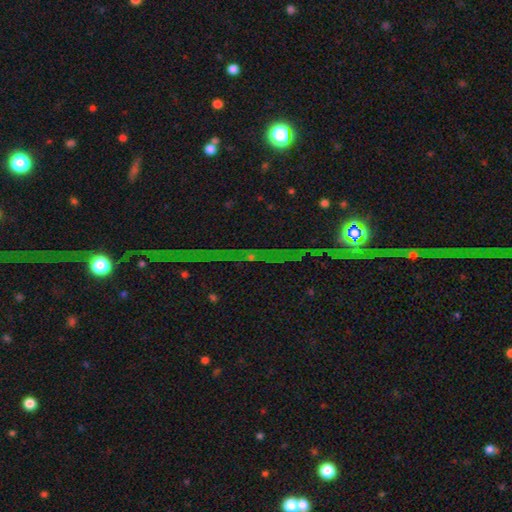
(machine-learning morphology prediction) Smooth or featured: star or artifact — 73% (featured or disk — 15%)